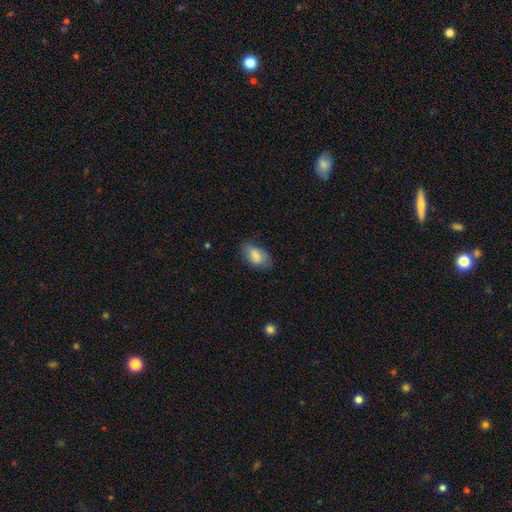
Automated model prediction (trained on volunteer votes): smooth-or-featured: smooth: 79% | featured or disk: 14% | star or artifact: 7%
  how-rounded: in between: 92% | round: 5% | cigar-shaped: 3%
  merging: none: 74% | minor disturbance: 20% | major disturbance: 5% | merger: 1%